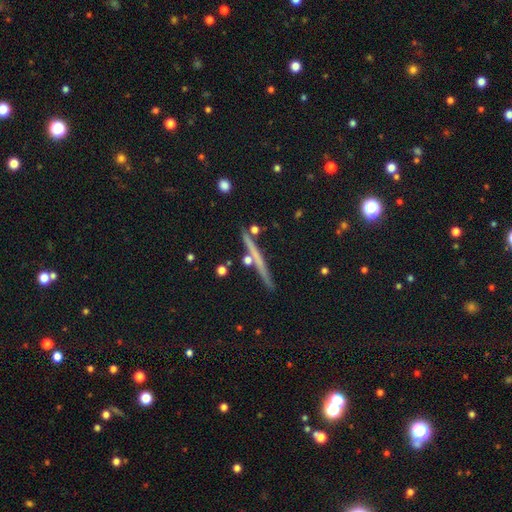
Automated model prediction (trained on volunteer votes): A featured or disk galaxy (59%) viewed edge-on (97%) with no central bulge (70%). Merging: none (86%).